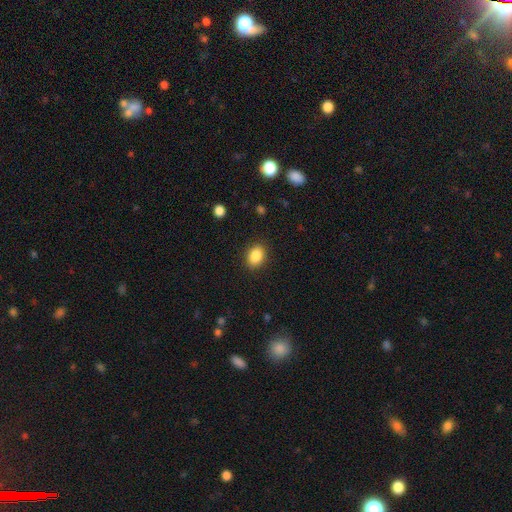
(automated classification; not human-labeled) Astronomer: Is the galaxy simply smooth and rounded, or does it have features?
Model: smooth — 87%.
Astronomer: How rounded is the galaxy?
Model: in between — 71%.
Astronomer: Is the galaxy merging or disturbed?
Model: none — 88%.